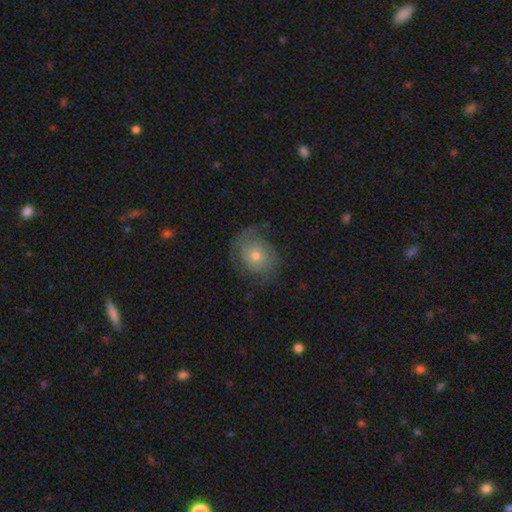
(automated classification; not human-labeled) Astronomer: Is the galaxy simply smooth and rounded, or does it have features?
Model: featured or disk — 59%.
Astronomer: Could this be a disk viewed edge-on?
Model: no — 97%.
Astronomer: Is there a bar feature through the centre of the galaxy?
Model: no — 83%.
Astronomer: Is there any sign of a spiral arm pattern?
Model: yes — 81%.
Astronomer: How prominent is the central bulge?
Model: moderate — 54% (runner-up: small, 40%).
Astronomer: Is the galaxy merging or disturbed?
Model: none — 62%.